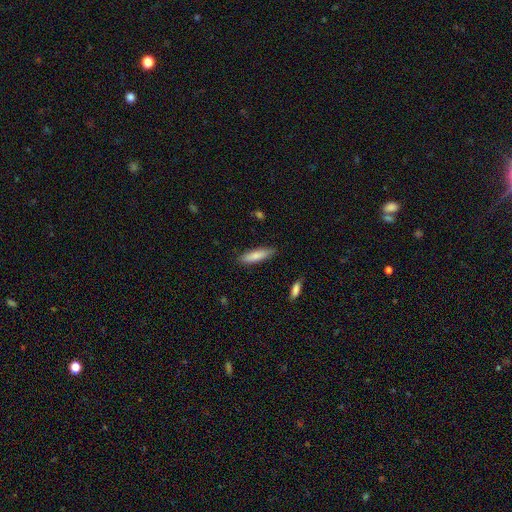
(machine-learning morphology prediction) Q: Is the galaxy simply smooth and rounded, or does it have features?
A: smooth — 79%.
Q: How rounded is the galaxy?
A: cigar-shaped — 71%.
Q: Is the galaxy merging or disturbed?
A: none — 85%.